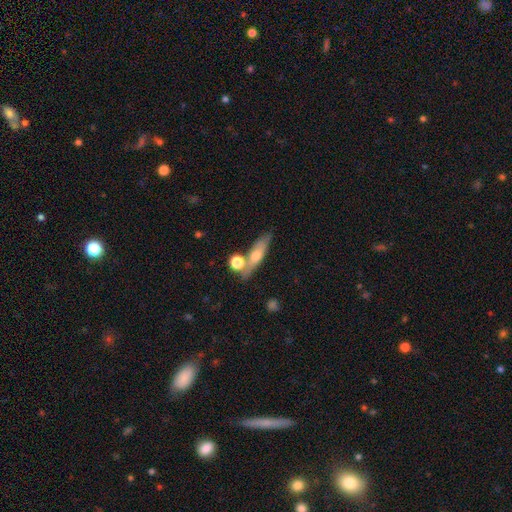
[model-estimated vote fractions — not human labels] This appears to be a smooth galaxy with no disk features (57%) that is cigar-shaped (62%). Merging: none (63%).